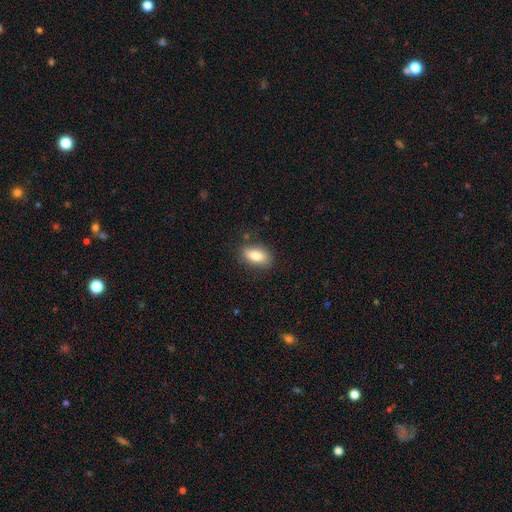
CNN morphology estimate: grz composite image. It shows a smooth galaxy with no disk features (81%) that is in between round and cigar-shaped (87%). Merging: none (82%).